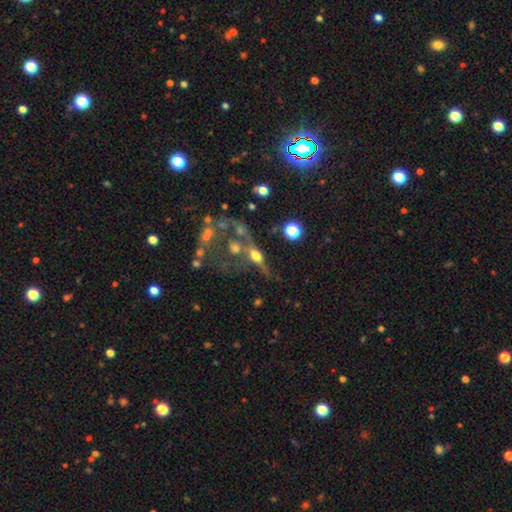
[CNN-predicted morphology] Smooth or featured?
  - featured or disk: 54% *
  - smooth: 31%
  - star or artifact: 15%
Edge-on disk?
  - yes: 57% *
  - no: 43%
Merging?
  - none: 38% *
  - merger: 32%
  - major disturbance: 16%
  - minor disturbance: 15%